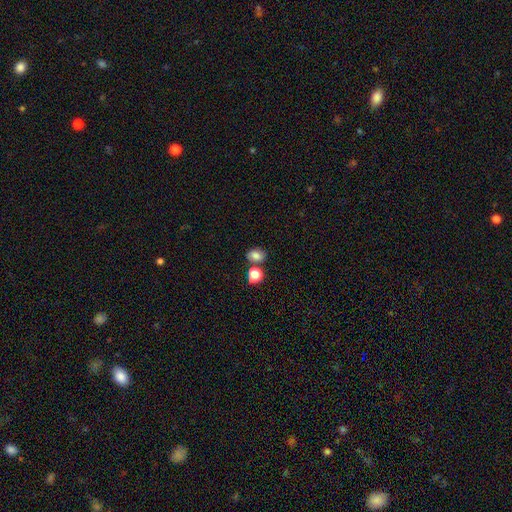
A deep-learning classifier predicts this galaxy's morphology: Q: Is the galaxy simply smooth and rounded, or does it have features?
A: smooth — 80%.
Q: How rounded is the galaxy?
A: in between — 60%.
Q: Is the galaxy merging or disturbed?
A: none — 65%.